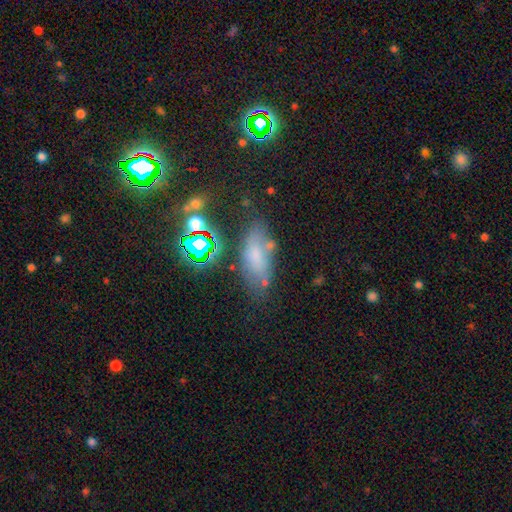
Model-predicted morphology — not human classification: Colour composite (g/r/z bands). It shows a smooth galaxy with no disk features (58%) that is in between round and cigar-shaped (78%). Merging: none (59%).